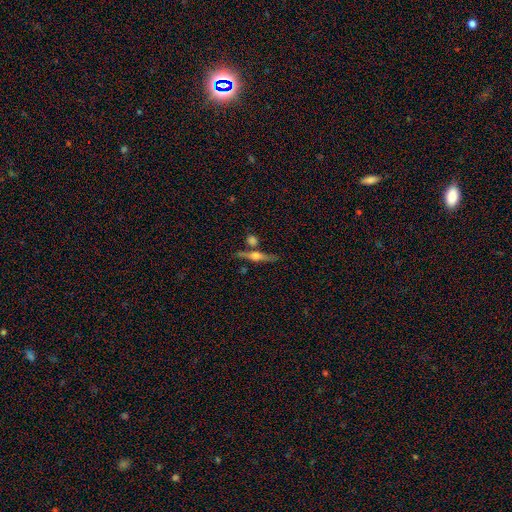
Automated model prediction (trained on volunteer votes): smooth-or-featured: featured or disk: 69% | smooth: 24% | star or artifact: 8%
  disk-edge-on: yes: 96% | no: 4%
    edge-on-bulge: rounded: 91% | boxy: 5% | none: 3%
  merging: none: 73% | merger: 13% | minor disturbance: 10% | major disturbance: 4%